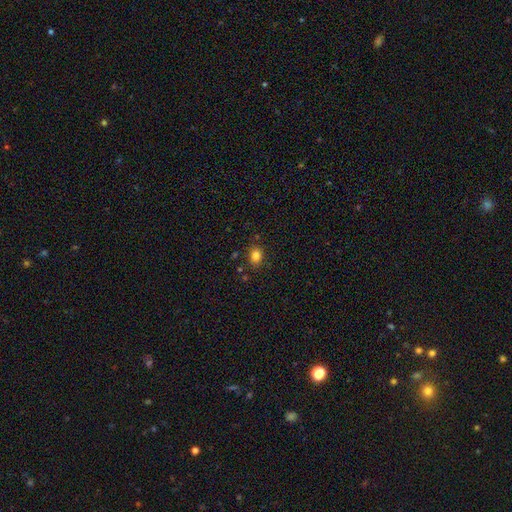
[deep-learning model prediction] smooth-or-featured: smooth: 82% | star or artifact: 12% | featured or disk: 6%
  how-rounded: in between: 50% | round: 49% | cigar-shaped: 1%
  merging: none: 83% | minor disturbance: 11% | merger: 3% | major disturbance: 3%